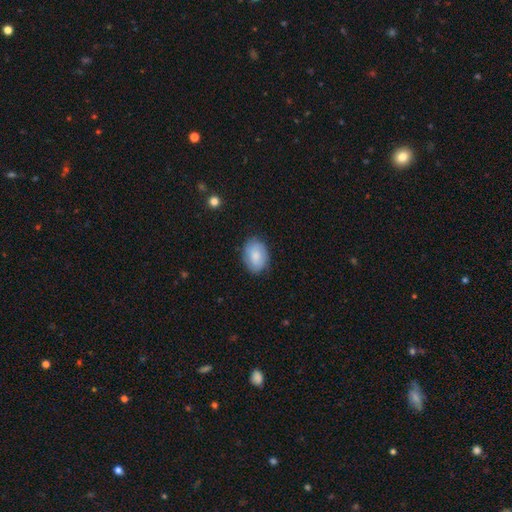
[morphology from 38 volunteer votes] This appears to be a smooth galaxy with no disk features (55%) that is in between round and cigar-shaped (71%). Merging: none (91%).